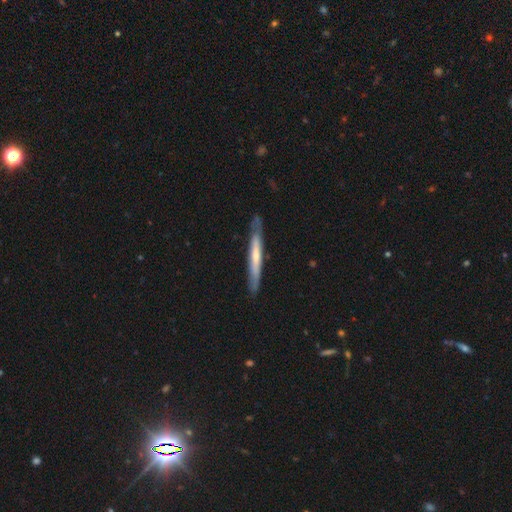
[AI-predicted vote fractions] Q: Smooth or featured?
A: featured or disk (55%); runner-up: smooth (40%)
Q: Edge-on disk?
A: yes (86%); runner-up: no (14%)
Q: Merging?
A: none (81%); runner-up: minor disturbance (15%)